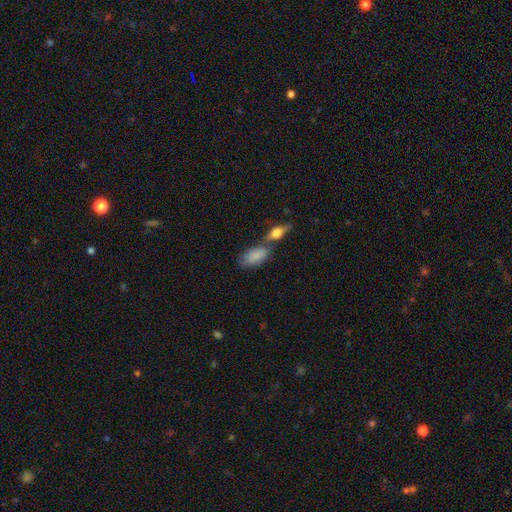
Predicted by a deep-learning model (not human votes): Morphology: type=smooth (82%); roundness=in between (88%); merging=none (47%).